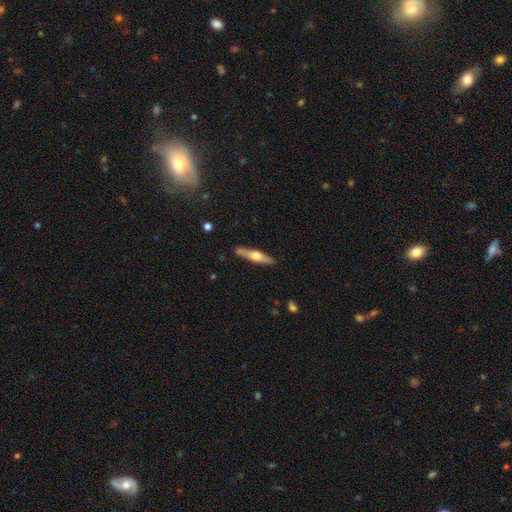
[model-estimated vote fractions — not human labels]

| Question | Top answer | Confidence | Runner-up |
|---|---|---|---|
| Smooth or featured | featured or disk | 62% | smooth (33%) |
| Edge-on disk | yes | 96% | no (4%) |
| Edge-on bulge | rounded | 89% | boxy (8%) |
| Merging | none | 88% | minor disturbance (9%) |